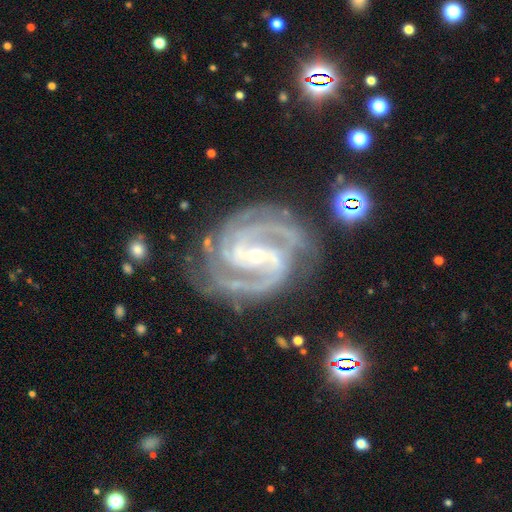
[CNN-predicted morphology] This is clearly a featured or disk galaxy (94%). It is clearly not viewed edge-on (98%). Bar: possibly strong (49%). Spiral arm pattern: clearly yes (99%). Spiral arm count: marginally 3 (34%). Spiral winding: possibly tight (57%). Central bulge: likely small (69%). Merging: likely none (77%).